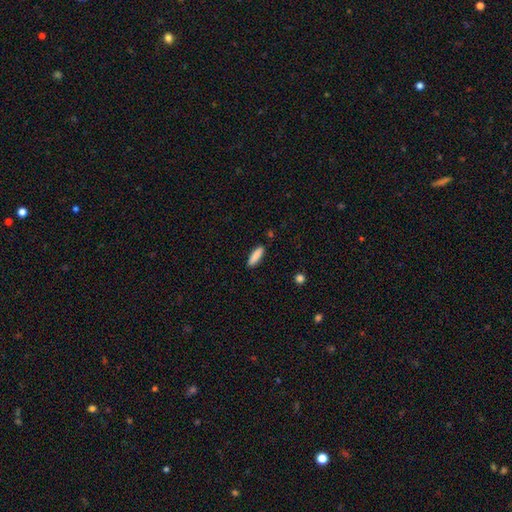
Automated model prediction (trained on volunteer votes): smooth 87%, featured or disk 6%, star or artifact 6%. Down the decision tree: how rounded — cigar-shaped (57%); merging — none (88%).